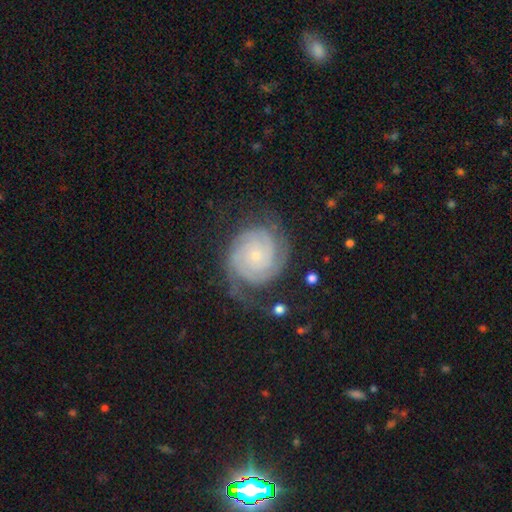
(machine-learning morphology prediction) Smooth or featured?
  - featured or disk: 87% *
  - smooth: 8%
  - star or artifact: 5%
Edge-on disk?
  - no: 98% *
  - yes: 2%
Bar?
  - no: 78% *
  - weak: 17%
  - strong: 5%
Spiral arms?
  - yes: 98% *
  - no: 2%
Spiral winding?
  - tight: 78% *
  - medium: 18%
  - loose: 4%
Spiral arm count?
  - 2: 40% *
  - 3: 25%
  - can't tell: 16%
  - 4: 8%
  - 1: 5%
  - more than 4: 5%
Bulge size?
  - small: 81% *
  - moderate: 13%
  - none: 3%
  - large: 1%
  - dominant: 1%
Merging?
  - none: 69% *
  - minor disturbance: 18%
  - major disturbance: 11%
  - merger: 2%